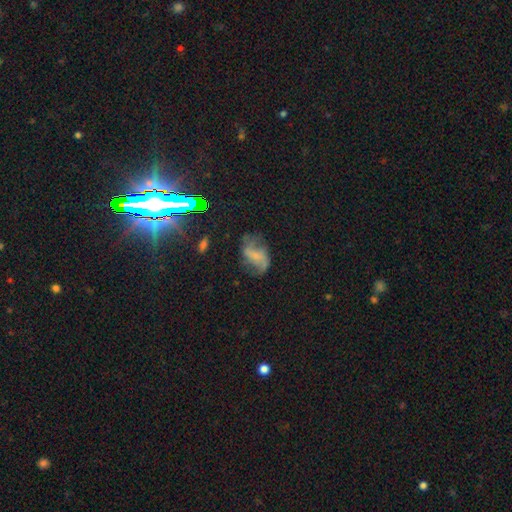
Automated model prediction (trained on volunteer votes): Q: Smooth or featured?
A: featured or disk (57%); runner-up: smooth (27%)
Q: Edge-on disk?
A: no (96%); runner-up: yes (4%)
Q: Bar?
A: no (47%); runner-up: weak (35%)
Q: Spiral arms?
A: yes (77%); runner-up: no (23%)
Q: Bulge size?
A: none (47%); runner-up: small (35%)
Q: Merging?
A: none (50%); runner-up: minor disturbance (25%)